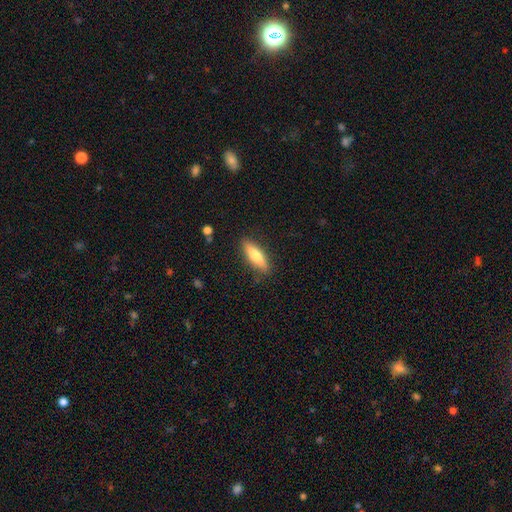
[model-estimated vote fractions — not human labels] This is likely a smooth galaxy (66%). How rounded: likely cigar-shaped (60%). Merging: clearly none (85%).